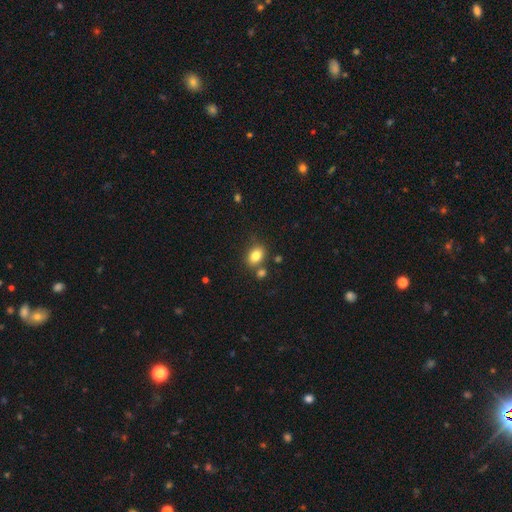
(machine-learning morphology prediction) This appears to be a smooth galaxy with no disk features (81%) that is in between round and cigar-shaped (73%). Merging: none (67%).